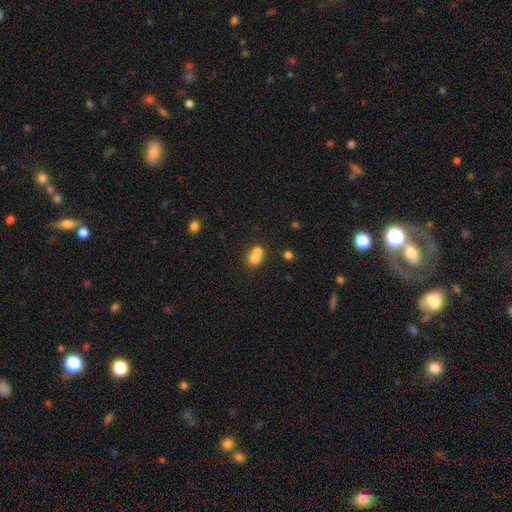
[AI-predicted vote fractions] Smooth or featured? Predicted: smooth (p=0.73). How rounded? Predicted: round (p=0.61). Merging? Predicted: merger (p=0.64).